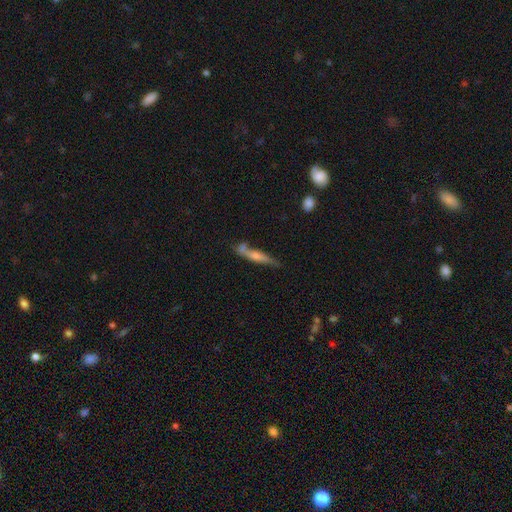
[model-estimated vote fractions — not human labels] Q: Smooth or featured?
A: featured or disk (55%); runner-up: smooth (37%)
Q: Edge-on disk?
A: yes (85%); runner-up: no (15%)
Q: Merging?
A: none (61%); runner-up: minor disturbance (19%)